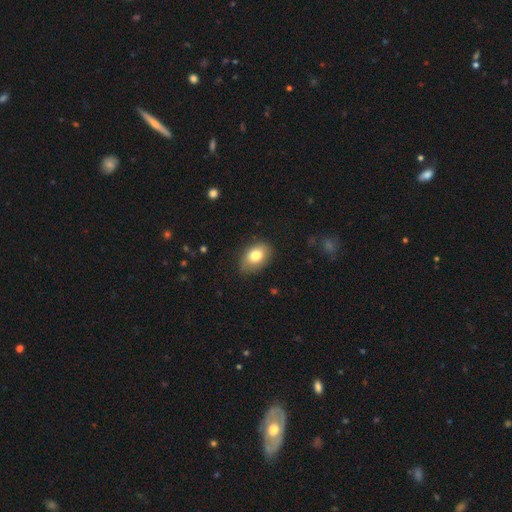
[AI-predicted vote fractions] This is likely a smooth galaxy (78%). How rounded: clearly in between (84%). Merging: likely none (78%).